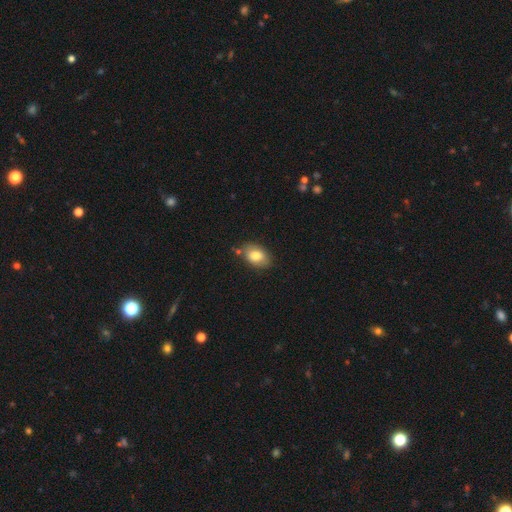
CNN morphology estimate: Overall: smooth (80%). How rounded: in between (85%). Merging: none (76%).